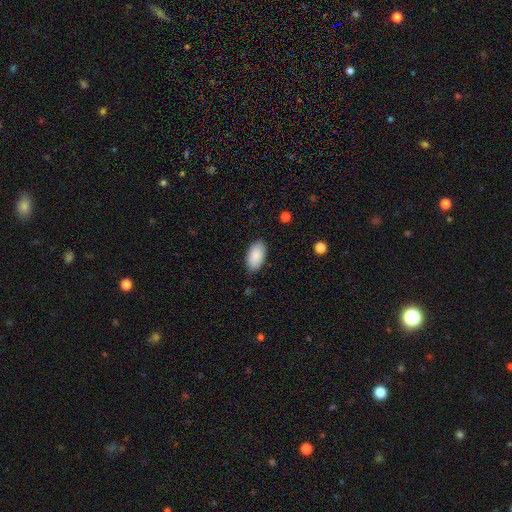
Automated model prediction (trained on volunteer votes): Smooth or featured: smooth — 88% (star or artifact — 6%)
How rounded: in between — 95% (round — 3%)
Merging: none — 84% (minor disturbance — 12%)